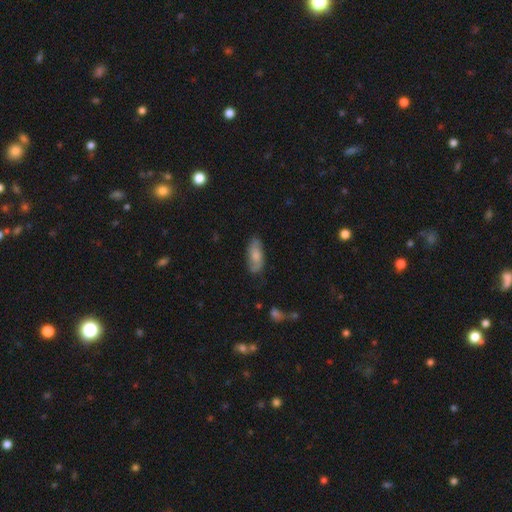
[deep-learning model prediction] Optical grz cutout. It shows a smooth galaxy with no disk features (61%) that is in between round and cigar-shaped (82%). Merging: none (75%).